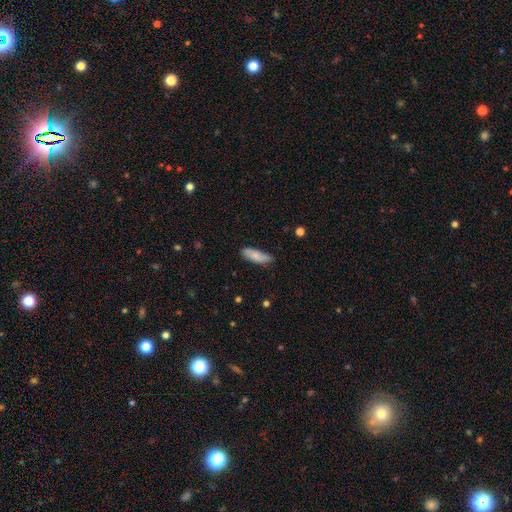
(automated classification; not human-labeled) A smooth galaxy with no disk features (78%) that is in between round and cigar-shaped (61%). Merging: none (74%).